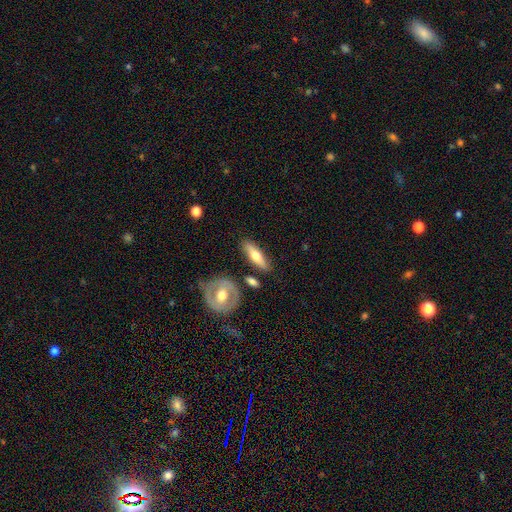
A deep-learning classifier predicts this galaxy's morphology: The model was most divided on "smooth or featured": smooth: 53%, featured or disk: 42%, star or artifact: 5%. More confident: merging — none (81%); how rounded — cigar-shaped (56%).